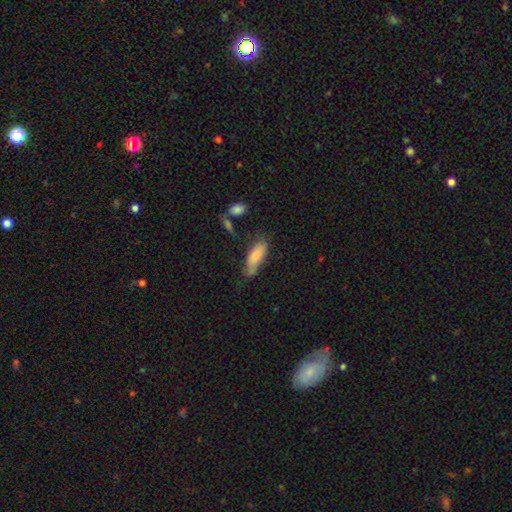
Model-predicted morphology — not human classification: A smooth galaxy with no disk features (81%) that is in between round and cigar-shaped (67%). Merging: none (49%).